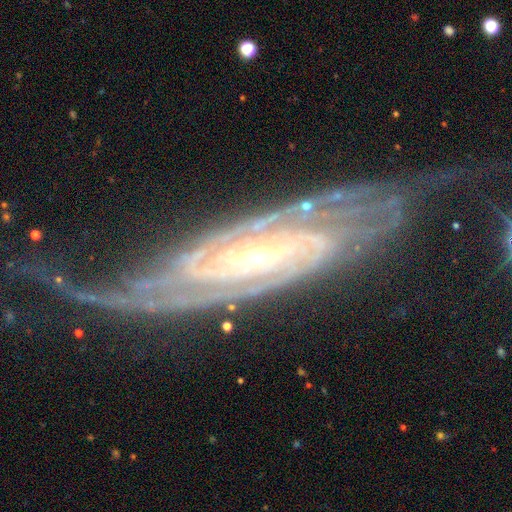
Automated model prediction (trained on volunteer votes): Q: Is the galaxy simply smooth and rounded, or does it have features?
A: featured or disk — 91%.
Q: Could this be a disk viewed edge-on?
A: no — 90%.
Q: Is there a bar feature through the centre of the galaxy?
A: no — 39%.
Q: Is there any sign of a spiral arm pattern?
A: yes — 98%.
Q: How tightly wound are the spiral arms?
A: tight — 61%.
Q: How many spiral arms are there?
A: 2 — 44%.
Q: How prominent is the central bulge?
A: small — 76%.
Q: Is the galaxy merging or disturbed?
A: none — 58%.